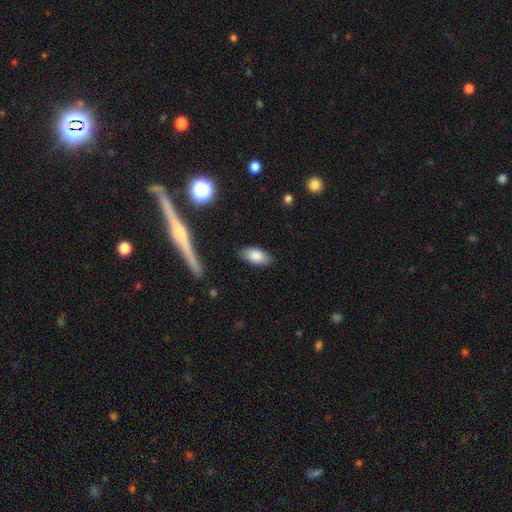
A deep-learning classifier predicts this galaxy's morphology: Smooth or featured: smooth — 85% (featured or disk — 8%)
How rounded: in between — 91% (cigar-shaped — 6%)
Merging: none — 85% (minor disturbance — 11%)